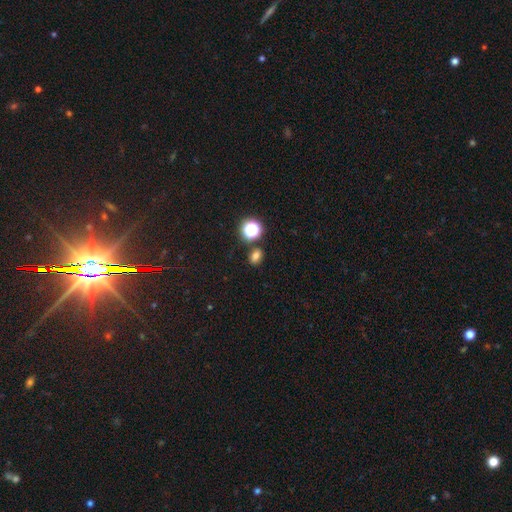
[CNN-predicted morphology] Smooth or featured: smooth — 72% (star or artifact — 21%)
How rounded: in between — 63% (round — 36%)
Merging: none — 81% (minor disturbance — 10%)